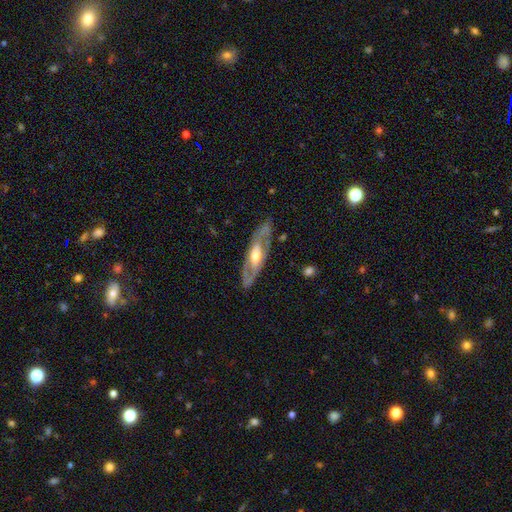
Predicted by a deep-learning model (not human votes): A featured or disk galaxy (76%) with no bar (45%), spiral arms (59%) and a moderate central bulge (67%).

Vote fractions:
- Smooth or featured? featured or disk: 76% / smooth: 20% / star or artifact: 5%
- Edge-on disk? no: 75% / yes: 25%
- Bar? no: 45% / weak: 33% / strong: 22%
- Spiral arms? yes: 59% / no: 41%
- Bulge size? moderate: 67% / small: 18% / large: 13% / none: 1% / dominant: 1%
- Merging? none: 80% / minor disturbance: 14% / major disturbance: 5% / merger: 2%